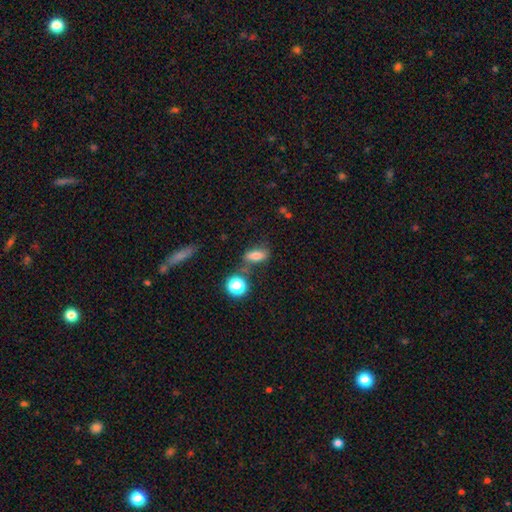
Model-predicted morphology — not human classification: smooth-or-featured: smooth: 73% | star or artifact: 15% | featured or disk: 12%
  how-rounded: in between: 69% | cigar-shaped: 19% | round: 12%
  merging: none: 63% | minor disturbance: 19% | merger: 11% | major disturbance: 8%